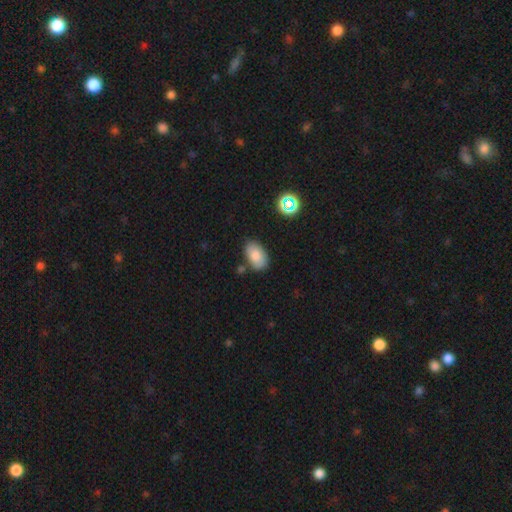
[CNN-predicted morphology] Overall: smooth (82%). How rounded: in between (93%). Merging: none (77%).